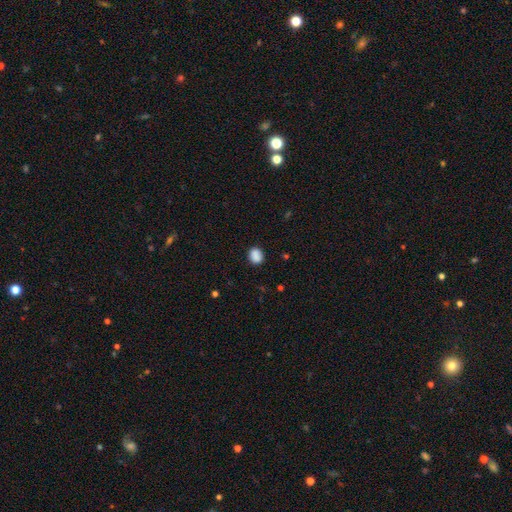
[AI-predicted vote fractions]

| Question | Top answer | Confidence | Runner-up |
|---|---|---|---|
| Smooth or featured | smooth | 86% | star or artifact (9%) |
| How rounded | round | 62% | in between (37%) |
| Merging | none | 81% | minor disturbance (13%) |